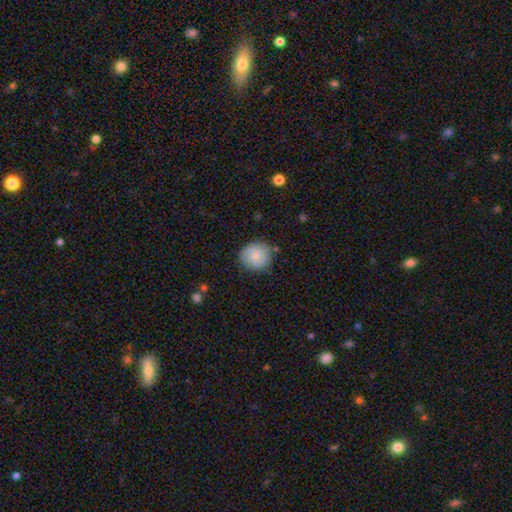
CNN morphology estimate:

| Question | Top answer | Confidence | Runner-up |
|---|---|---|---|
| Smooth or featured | smooth | 81% | featured or disk (12%) |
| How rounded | round | 89% | in between (11%) |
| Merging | none | 84% | minor disturbance (12%) |